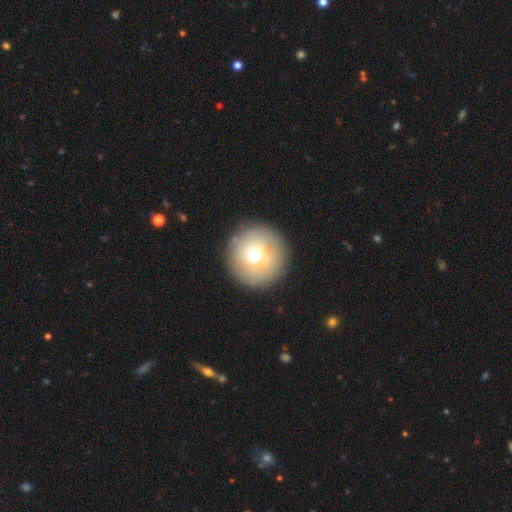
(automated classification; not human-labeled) A smooth galaxy with no disk features (68%) that is round (96%). Merging: none (88%).